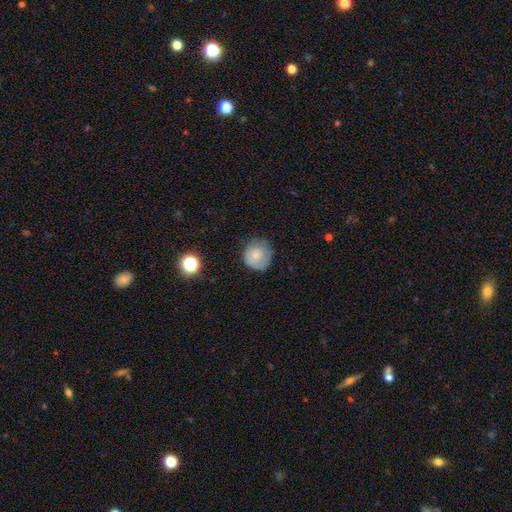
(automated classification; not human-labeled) Smooth or featured? smooth (71%)
How rounded? round (87%)
Merging? none (64%)